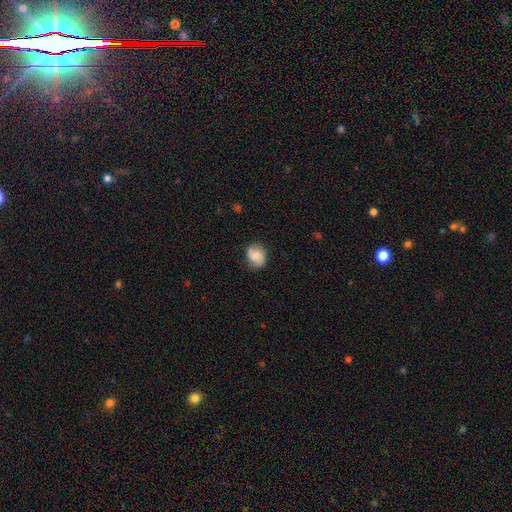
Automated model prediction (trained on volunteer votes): Overall: smooth (61%; featured or disk 31%). How rounded: round (61%; in between 38%). Merging: none (78%).